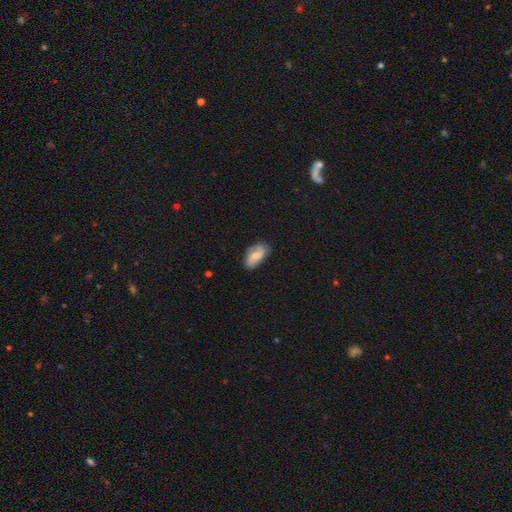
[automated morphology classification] This appears to be a smooth galaxy with no disk features (51%) that is in between round and cigar-shaped (92%). Merging: none (70%).